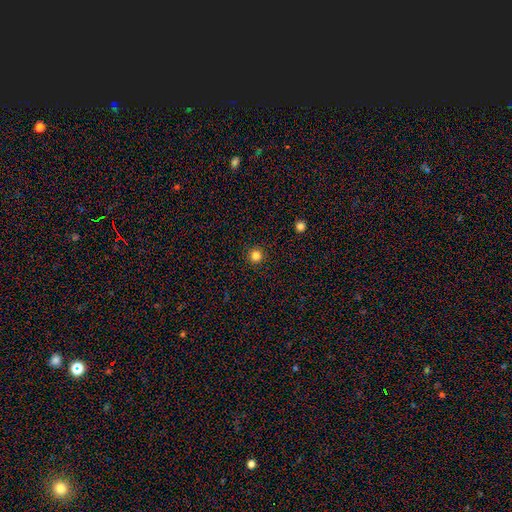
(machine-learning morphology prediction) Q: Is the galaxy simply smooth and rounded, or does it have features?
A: smooth — 83%.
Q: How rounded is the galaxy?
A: round — 96%.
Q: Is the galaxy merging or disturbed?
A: none — 93%.